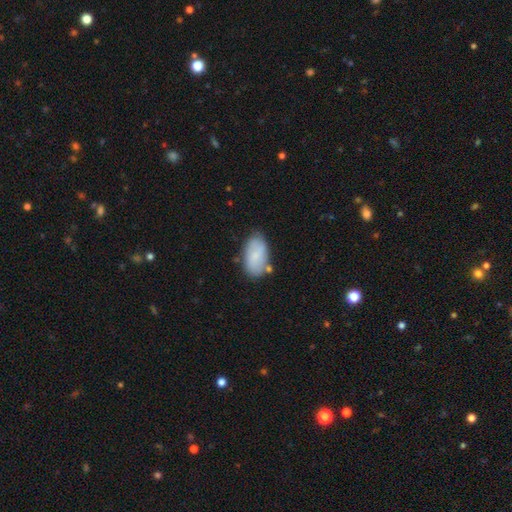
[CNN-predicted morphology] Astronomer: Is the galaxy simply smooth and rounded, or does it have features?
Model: smooth — 75%.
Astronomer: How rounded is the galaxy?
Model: in between — 94%.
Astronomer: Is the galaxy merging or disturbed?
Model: none — 68%.